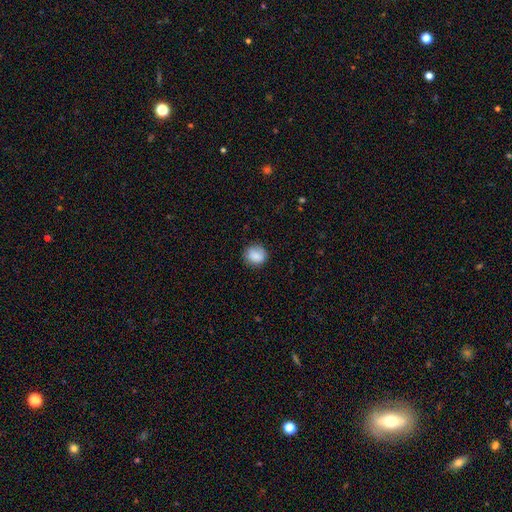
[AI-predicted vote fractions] This appears to be a smooth galaxy with no disk features (85%) that is round (83%). Merging: none (83%).